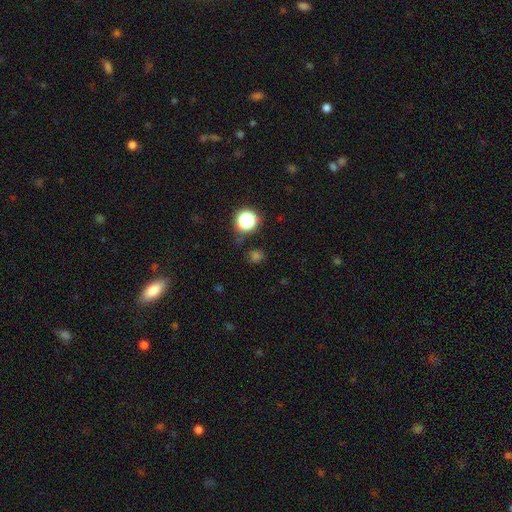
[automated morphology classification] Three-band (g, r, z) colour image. It shows a smooth galaxy with no disk features (59%) that is round (82%). Merging: none (80%).